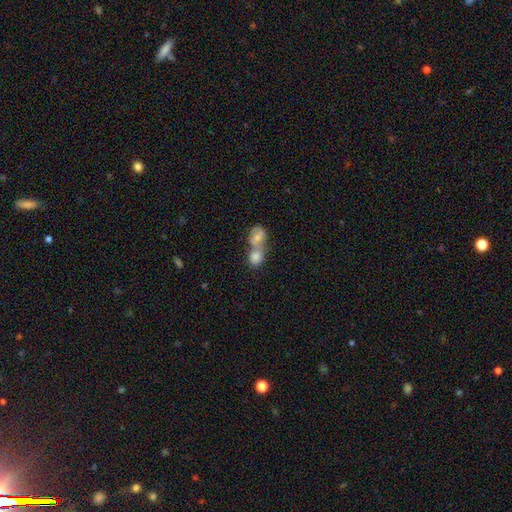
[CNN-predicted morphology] Q: Smooth or featured?
A: smooth (66%); runner-up: featured or disk (21%)
Q: How rounded?
A: round (60%); runner-up: in between (37%)
Q: Merging?
A: merger (69%); runner-up: none (22%)